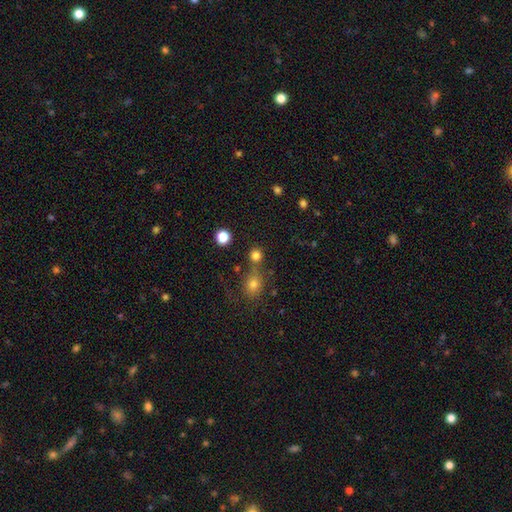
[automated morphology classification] Smooth or featured? smooth (78%)
How rounded? round (90%)
Merging? none (68%)